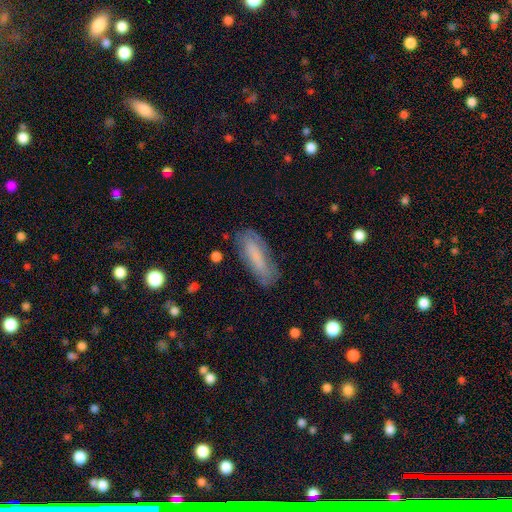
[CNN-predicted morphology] A smooth galaxy with no disk features (68%) that is in between round and cigar-shaped (54%).

Vote fractions:
- Smooth or featured? smooth: 68% / featured or disk: 24% / star or artifact: 8%
- How rounded? in between: 54% / cigar-shaped: 44% / round: 2%
- Merging? none: 73% / minor disturbance: 19% / major disturbance: 6% / merger: 2%